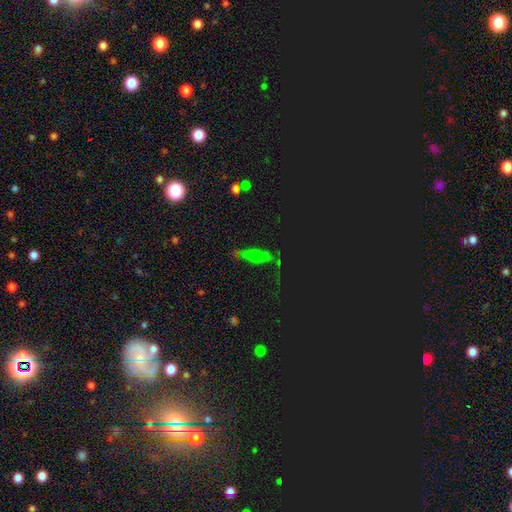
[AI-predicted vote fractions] The model was most divided on "smooth or featured": smooth: 47%, featured or disk: 32%, star or artifact: 20%. More confident: merging — none (66%).